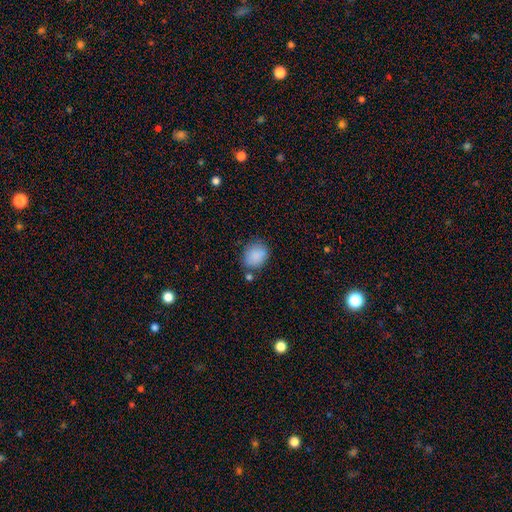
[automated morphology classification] This is clearly a smooth galaxy (86%). How rounded: possibly round (51%). Merging: likely none (70%).